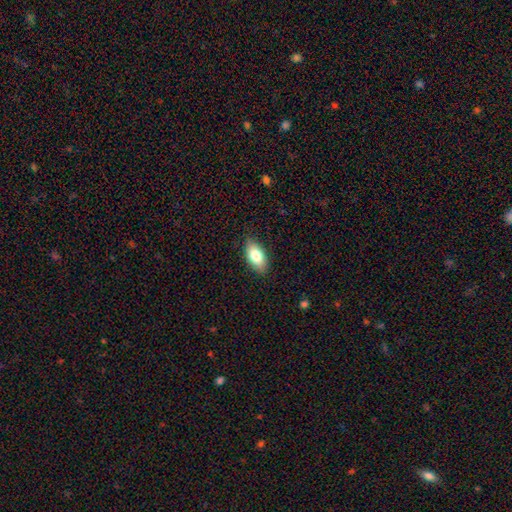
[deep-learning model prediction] A smooth galaxy with no disk features (79%) that is in between round and cigar-shaped (92%).

Vote fractions:
- Smooth or featured? smooth: 79% / featured or disk: 14% / star or artifact: 7%
- How rounded? in between: 92% / cigar-shaped: 5% / round: 4%
- Merging? none: 87% / minor disturbance: 10% / major disturbance: 2% / merger: 1%